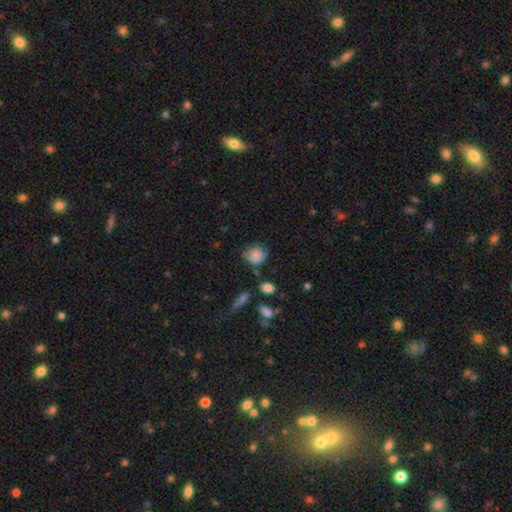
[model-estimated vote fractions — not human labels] Morphology: type=smooth (74%); roundness=round (68%); merging=none (50%).